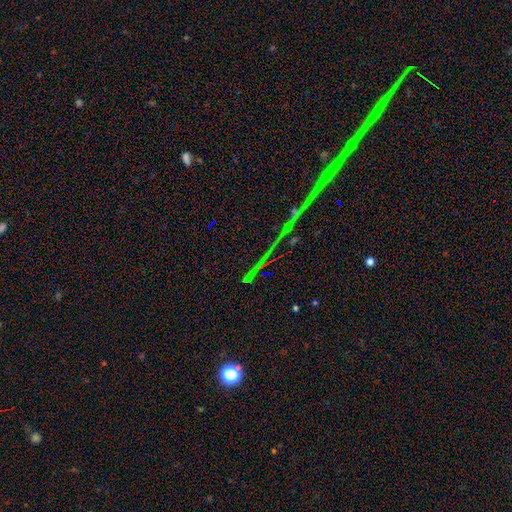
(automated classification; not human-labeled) A star or artifact, not a galaxy (78%).

Vote fractions:
- Smooth or featured? star or artifact: 78% / featured or disk: 11% / smooth: 10%